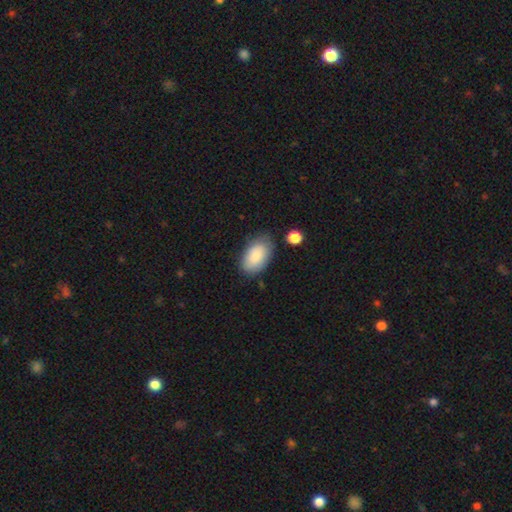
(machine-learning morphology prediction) A smooth galaxy with no disk features (85%) that is in between round and cigar-shaped (93%). Merging: none (72%).